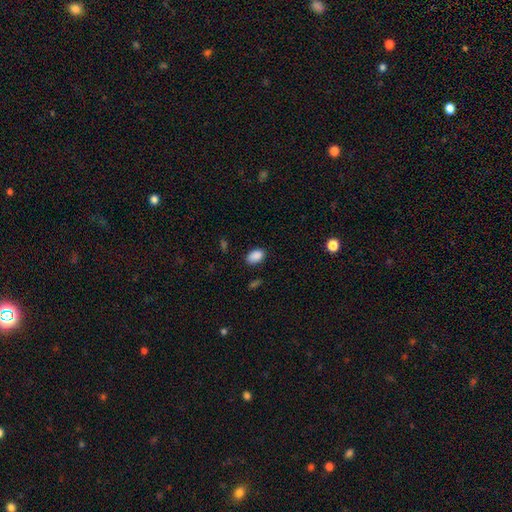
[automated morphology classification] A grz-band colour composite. It shows a smooth galaxy with no disk features (88%) that is in between round and cigar-shaped (90%). Merging: none (82%).